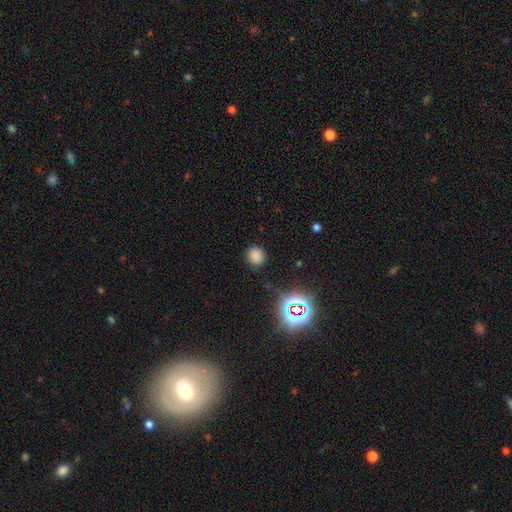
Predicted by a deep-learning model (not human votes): Smooth or featured?
  - smooth: 75% *
  - star or artifact: 20%
  - featured or disk: 5%
How rounded?
  - round: 82% *
  - in between: 17%
  - cigar-shaped: 1%
Merging?
  - none: 86% *
  - minor disturbance: 9%
  - major disturbance: 3%
  - merger: 2%